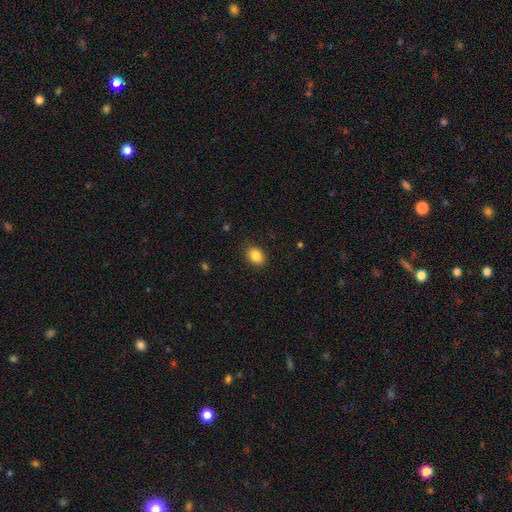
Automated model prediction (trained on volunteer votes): smooth-or-featured: smooth: 86% | star or artifact: 9% | featured or disk: 5%
  how-rounded: in between: 69% | round: 30% | cigar-shaped: 1%
  merging: none: 87% | minor disturbance: 10% | major disturbance: 3% | merger: 1%